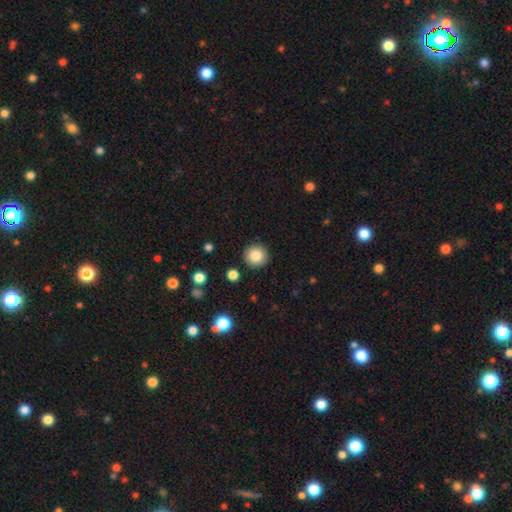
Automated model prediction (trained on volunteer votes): Q: Smooth or featured?
A: smooth (84%); runner-up: star or artifact (10%)
Q: How rounded?
A: round (94%); runner-up: in between (5%)
Q: Merging?
A: none (90%); runner-up: minor disturbance (6%)